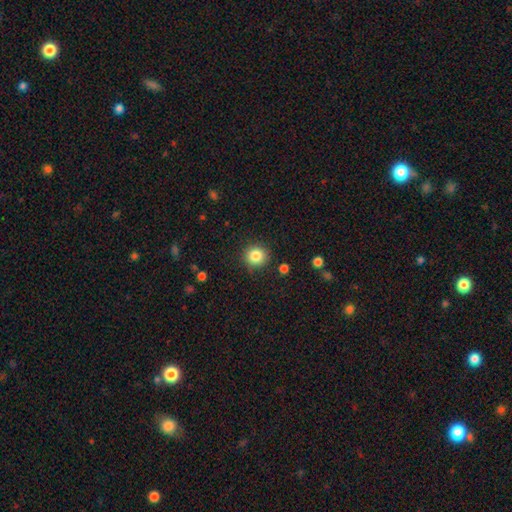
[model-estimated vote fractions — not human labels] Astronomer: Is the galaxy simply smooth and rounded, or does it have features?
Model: smooth — 84%.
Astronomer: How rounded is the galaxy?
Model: round — 92%.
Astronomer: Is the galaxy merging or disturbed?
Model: none — 87%.